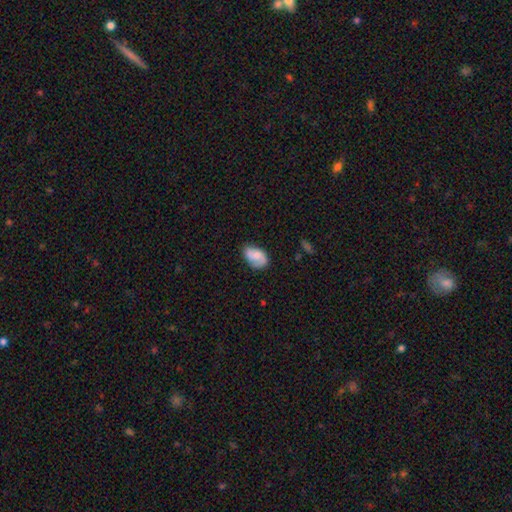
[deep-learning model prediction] smooth-or-featured: smooth: 60% | featured or disk: 32% | star or artifact: 7%
  how-rounded: in between: 87% | round: 11% | cigar-shaped: 2%
  merging: none: 61% | minor disturbance: 29% | major disturbance: 8% | merger: 2%